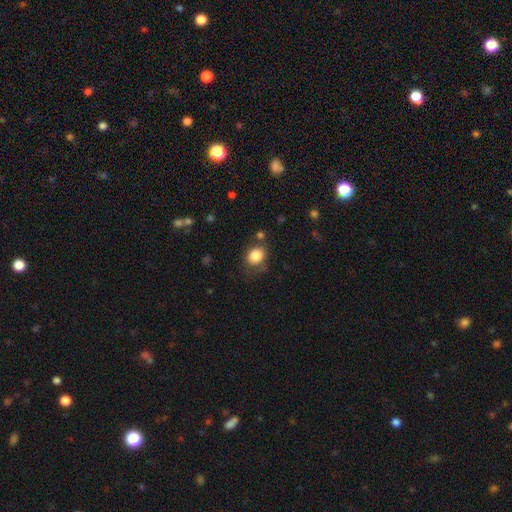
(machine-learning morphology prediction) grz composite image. It shows a smooth galaxy with no disk features (84%) that is round (58%). Merging: none (68%).